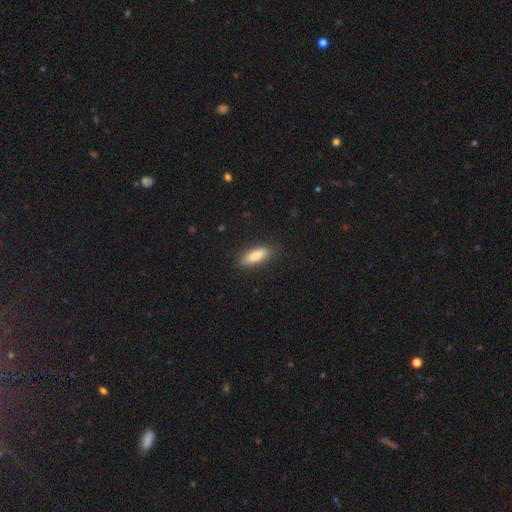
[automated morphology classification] A smooth galaxy with no disk features (82%) that is in between round and cigar-shaped (61%).

Vote fractions:
- Smooth or featured? smooth: 82% / featured or disk: 11% / star or artifact: 6%
- How rounded? in between: 61% / cigar-shaped: 37% / round: 2%
- Merging? none: 84% / minor disturbance: 12% / major disturbance: 3% / merger: 1%